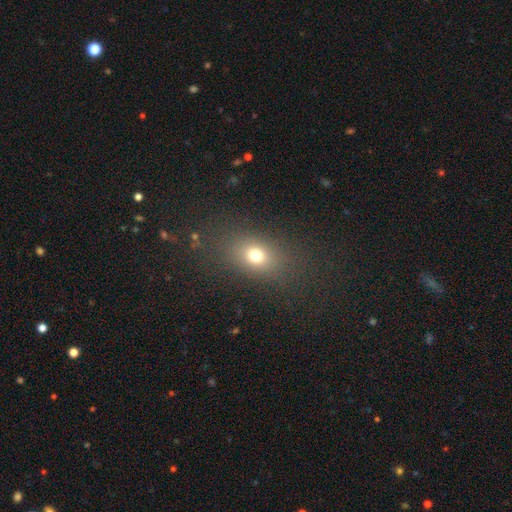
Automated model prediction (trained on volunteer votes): smooth_or_featured: smooth (p=0.71) [alt: star or artifact p=0.17]
how_rounded: in between (p=0.60) [alt: round p=0.38]
merging: none (p=0.81) [alt: minor disturbance p=0.10]